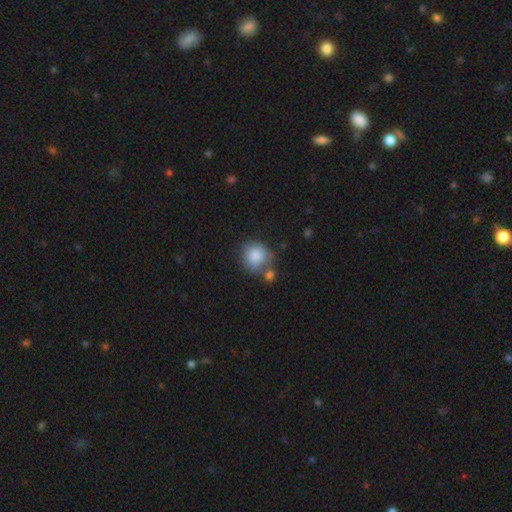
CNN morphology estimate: type=smooth (84%); roundness=round (85%); merging=none (52%).